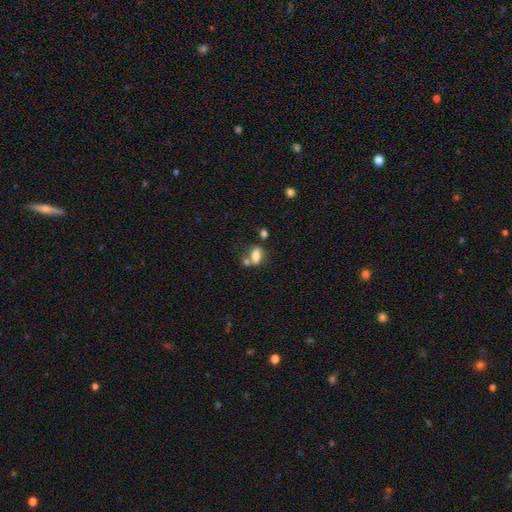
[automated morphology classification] A smooth galaxy with no disk features (77%) that is in between round and cigar-shaped (80%).

Vote fractions:
- Smooth or featured? smooth: 77% / featured or disk: 12% / star or artifact: 10%
- How rounded? in between: 80% / cigar-shaped: 11% / round: 9%
- Merging? none: 48% / merger: 28% / minor disturbance: 17% / major disturbance: 8%